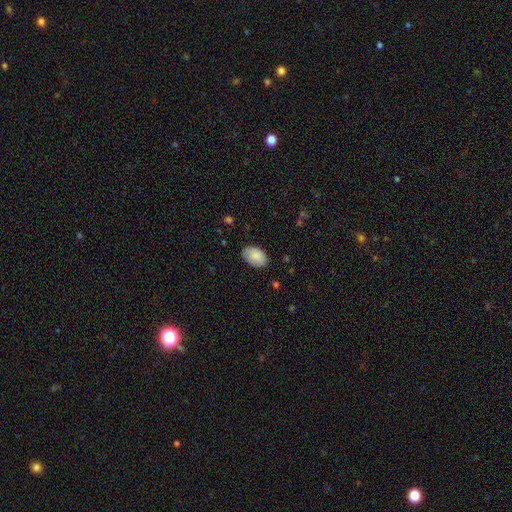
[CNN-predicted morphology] Smooth or featured? smooth (88%)
How rounded? in between (91%)
Merging? none (83%)